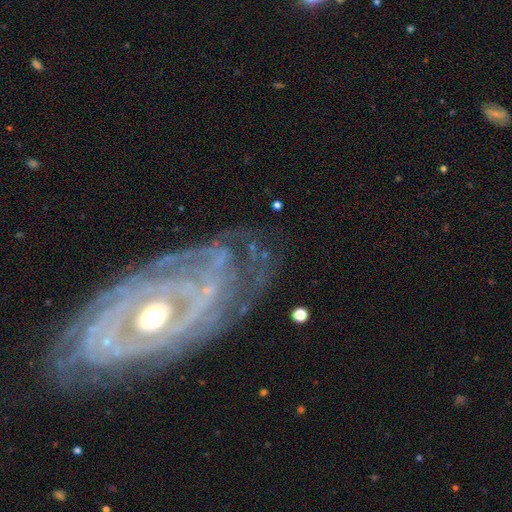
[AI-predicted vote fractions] The model was most divided on "spiral arm count": can't tell: 43%, 2: 19%, 3: 12%, more than 4: 10%, 4: 9%, 1: 8%. More confident: edge-on disk — no (93%); smooth or featured — featured or disk (85%); spiral arms — yes (81%); spiral winding — tight (71%); bar — no (68%); merging — none (66%); bulge size — moderate (65%).